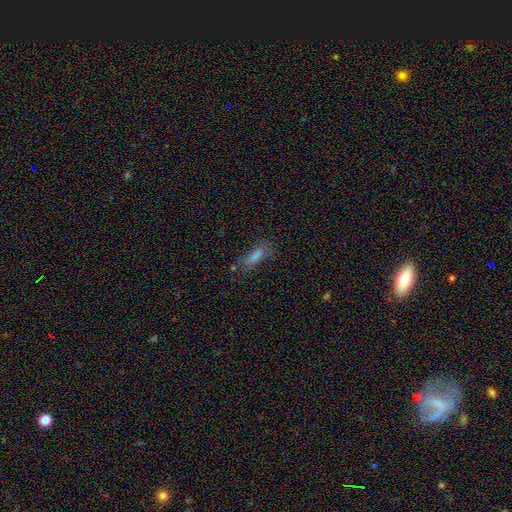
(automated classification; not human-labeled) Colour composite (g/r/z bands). It shows a smooth galaxy with no disk features (66%) that is cigar-shaped (57%). Merging: none (71%).